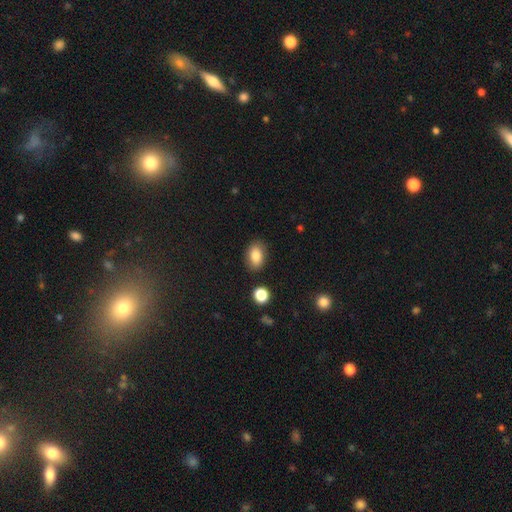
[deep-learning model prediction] Smooth or featured: smooth — 84% (star or artifact — 9%)
How rounded: in between — 84% (round — 15%)
Merging: none — 84% (minor disturbance — 11%)